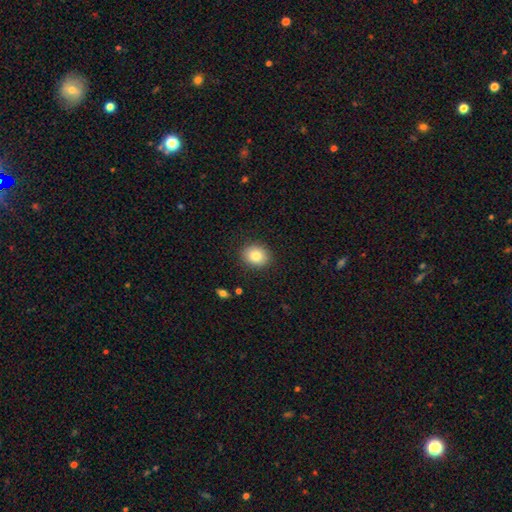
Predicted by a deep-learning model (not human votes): The model was most divided on "how rounded": round: 58%, in between: 42%, cigar-shaped: 1%. More confident: merging — none (88%); smooth or featured — smooth (84%).